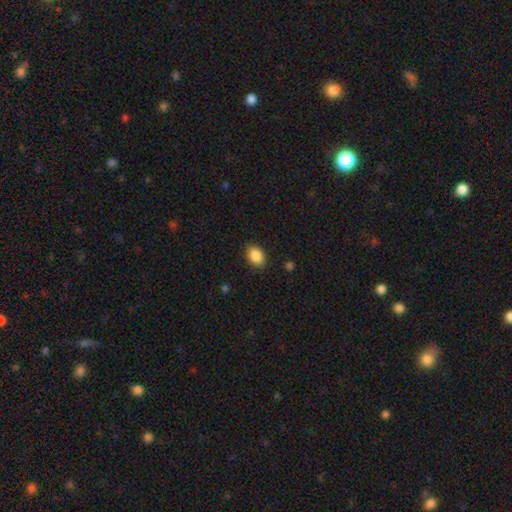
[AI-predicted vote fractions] smooth 88%, star or artifact 8%, featured or disk 4%. Down the decision tree: how rounded — in between (74%); merging — none (86%).